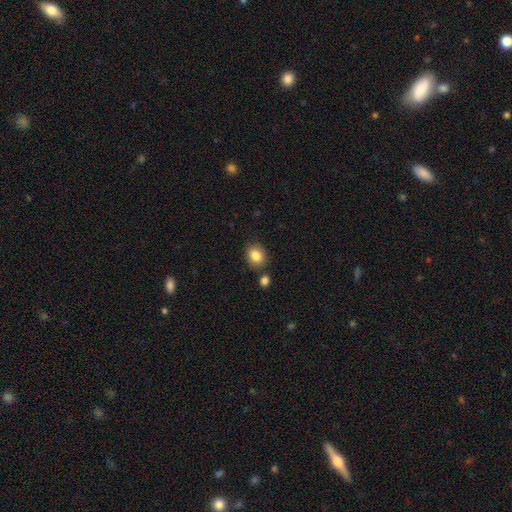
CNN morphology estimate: This appears to be a smooth galaxy with no disk features (85%) that is round (51%). Merging: none (78%).